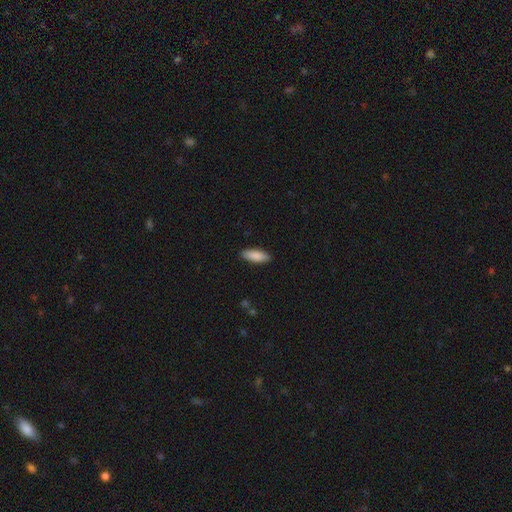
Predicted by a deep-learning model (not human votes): Smooth or featured?
  - smooth: 88% *
  - featured or disk: 6%
  - star or artifact: 5%
How rounded?
  - in between: 66% *
  - cigar-shaped: 33%
  - round: 2%
Merging?
  - none: 89% *
  - minor disturbance: 8%
  - major disturbance: 2%
  - merger: 1%